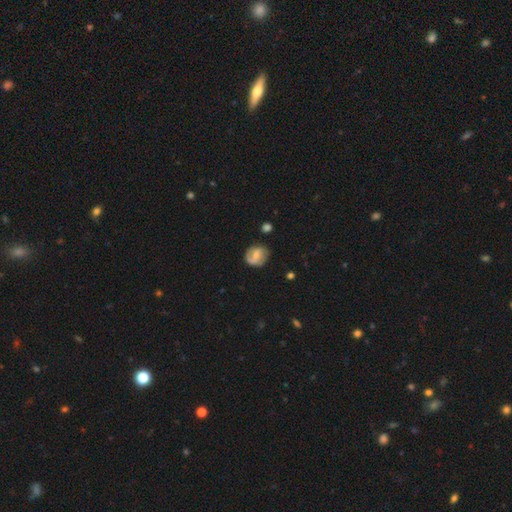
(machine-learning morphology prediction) smooth-or-featured: featured or disk: 52% | smooth: 41% | star or artifact: 7%
  disk-edge-on: no: 97% | yes: 3%
  merging: none: 70% | minor disturbance: 20% | major disturbance: 7% | merger: 3%